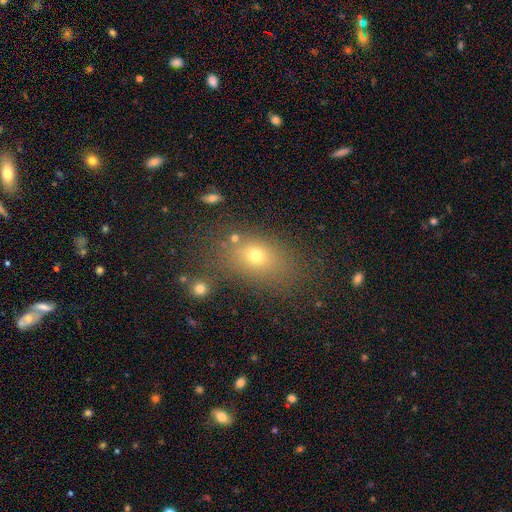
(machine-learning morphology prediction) smooth-or-featured: smooth: 67% | star or artifact: 18% | featured or disk: 15%
  how-rounded: in between: 71% | round: 26% | cigar-shaped: 3%
  merging: none: 74% | minor disturbance: 13% | major disturbance: 7% | merger: 6%